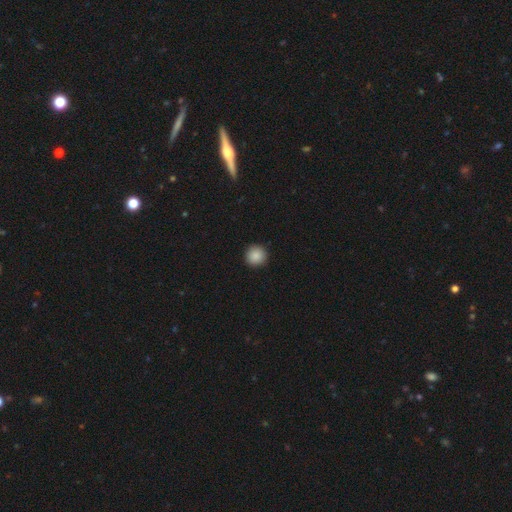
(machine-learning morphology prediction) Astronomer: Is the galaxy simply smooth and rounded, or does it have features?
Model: smooth — 89%.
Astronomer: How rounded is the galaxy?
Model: round — 95%.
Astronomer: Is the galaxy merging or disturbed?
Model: none — 92%.